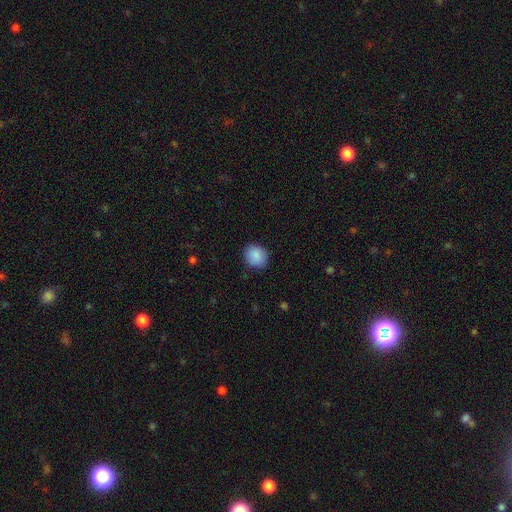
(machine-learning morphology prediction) Smooth or featured?
  - smooth: 88% *
  - star or artifact: 8%
  - featured or disk: 4%
How rounded?
  - round: 77% *
  - in between: 22%
  - cigar-shaped: 1%
Merging?
  - none: 87% *
  - minor disturbance: 9%
  - major disturbance: 2%
  - merger: 1%